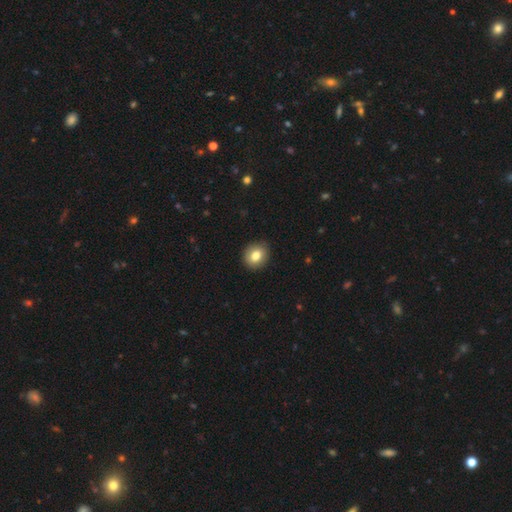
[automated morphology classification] Smooth or featured? Predicted: smooth (p=0.82). How rounded? Predicted: round (p=0.69). Merging? Predicted: none (p=0.90).